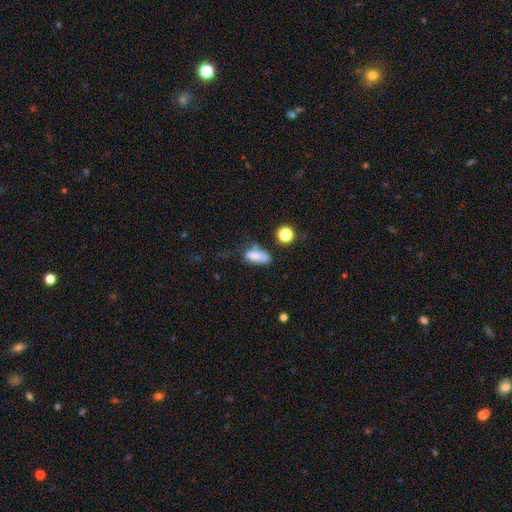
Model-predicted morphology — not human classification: This appears to be a smooth galaxy with no disk features (76%) that is in between round and cigar-shaped (74%). Merging: none (37%).